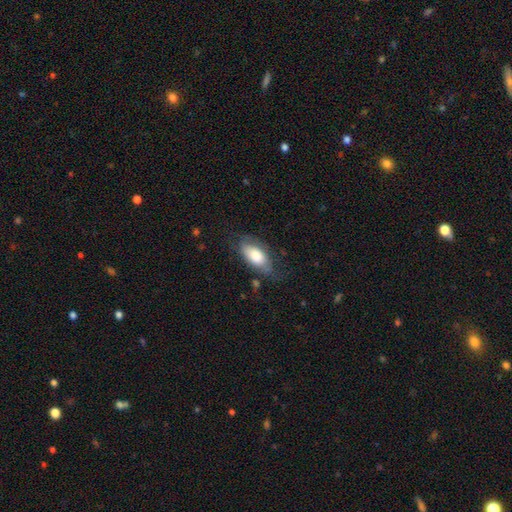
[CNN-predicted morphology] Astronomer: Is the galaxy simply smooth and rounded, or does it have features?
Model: smooth — 70%.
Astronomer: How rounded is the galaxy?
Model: in between — 90%.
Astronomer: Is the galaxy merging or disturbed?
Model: none — 59%.